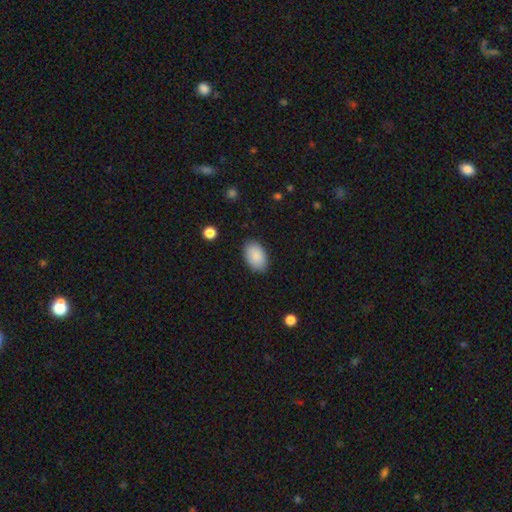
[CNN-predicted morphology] This appears to be a smooth galaxy with no disk features (90%) that is in between round and cigar-shaped (93%). Merging: none (87%).